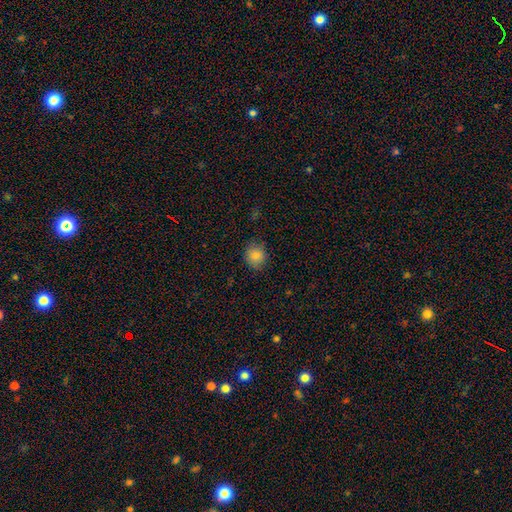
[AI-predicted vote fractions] Smooth or featured? smooth (85%)
How rounded? round (82%)
Merging? none (85%)